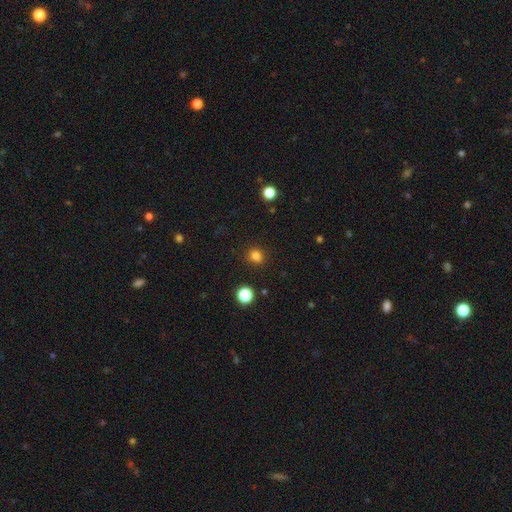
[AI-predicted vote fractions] This is clearly a smooth galaxy (80%). How rounded: clearly round (87%). Merging: clearly none (86%).